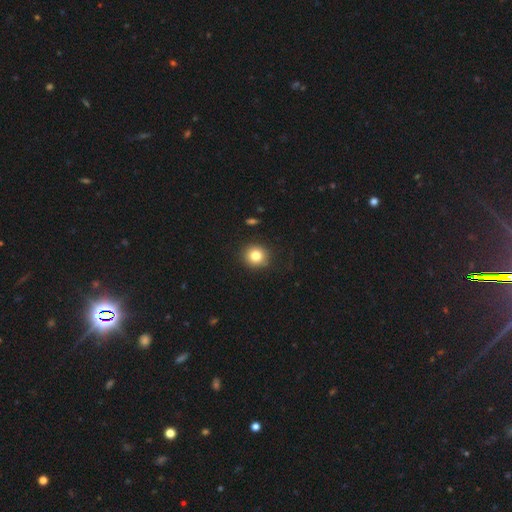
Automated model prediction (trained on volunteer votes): The model was most divided on "smooth or featured": smooth: 81%, star or artifact: 11%, featured or disk: 8%. More confident: how rounded — round (90%); merging — none (89%).